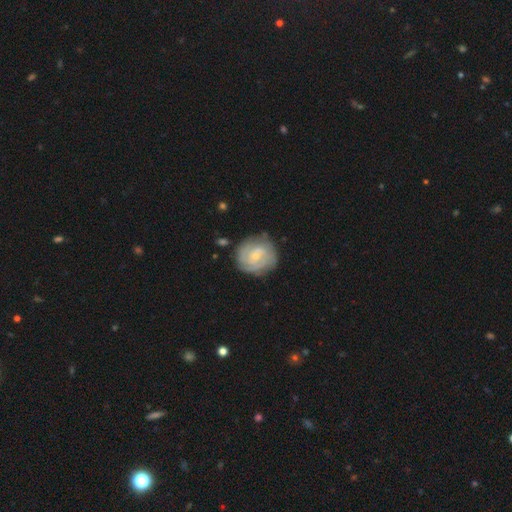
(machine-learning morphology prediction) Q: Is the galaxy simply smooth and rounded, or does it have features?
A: featured or disk — 73%.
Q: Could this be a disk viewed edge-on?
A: no — 98%.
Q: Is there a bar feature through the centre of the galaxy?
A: no — 59%.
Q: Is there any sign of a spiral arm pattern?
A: yes — 91%.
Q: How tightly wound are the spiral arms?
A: tight — 68%.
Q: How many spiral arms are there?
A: can't tell — 35%.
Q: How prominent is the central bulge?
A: small — 72%.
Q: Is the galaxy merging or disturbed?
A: none — 75%.